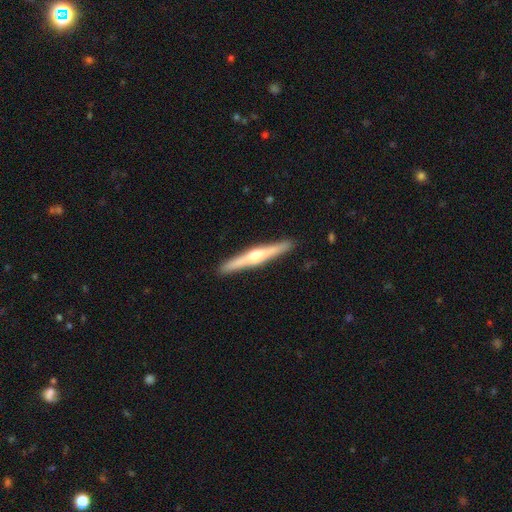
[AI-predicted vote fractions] Overall: featured or disk (71%). Edge-on disk: yes (97%). Edge-on bulge: rounded (85%). Merging: none (91%).